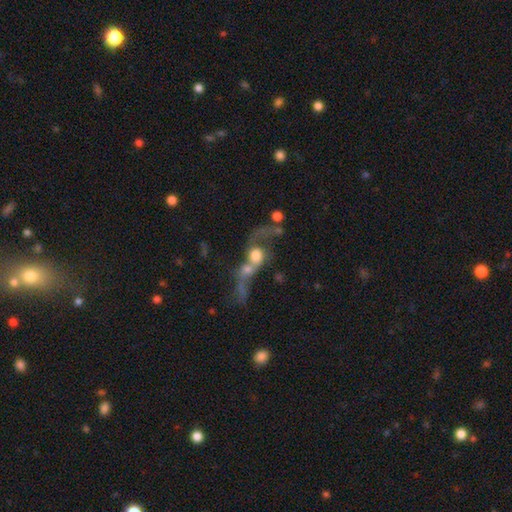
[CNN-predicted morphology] This is marginally a smooth galaxy (45%). Merging: likely merger (73%).